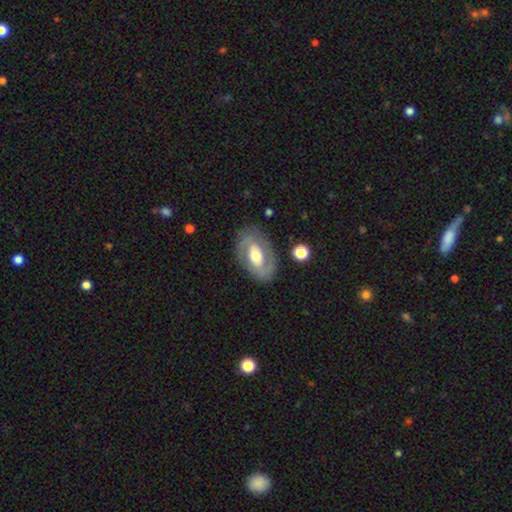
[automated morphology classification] This is likely a featured or disk galaxy (69%). It is clearly not viewed edge-on (94%). Bar: possibly no (46%). Spiral arm pattern: likely yes (61%). Central bulge: likely moderate (62%). Merging: clearly none (80%).